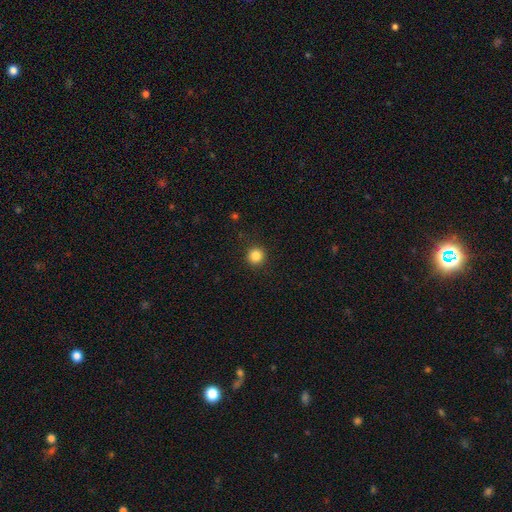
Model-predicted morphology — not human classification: Smooth or featured?
  - smooth: 85% *
  - star or artifact: 11%
  - featured or disk: 4%
How rounded?
  - round: 95% *
  - in between: 4%
  - cigar-shaped: 1%
Merging?
  - none: 92% *
  - minor disturbance: 5%
  - major disturbance: 2%
  - merger: 1%